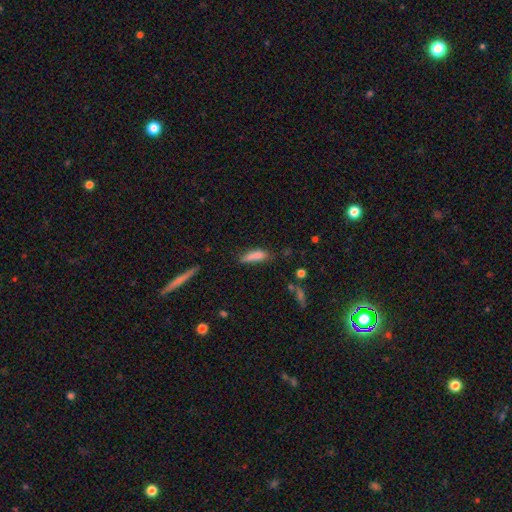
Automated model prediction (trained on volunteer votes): Smooth or featured? smooth (76%)
How rounded? cigar-shaped (49%, tied with in between)
Merging? none (48%)